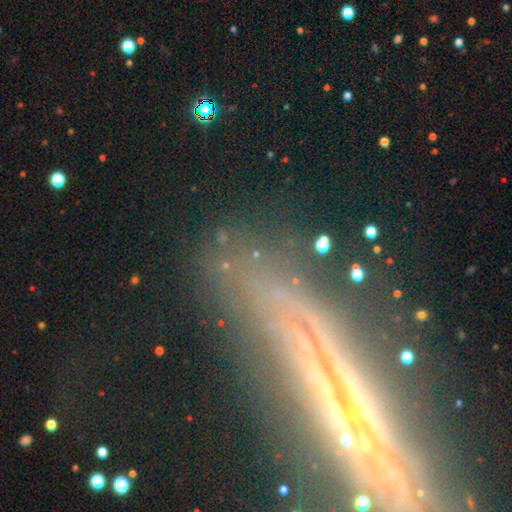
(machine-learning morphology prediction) type=star or artifact (37%, tied with featured or disk).